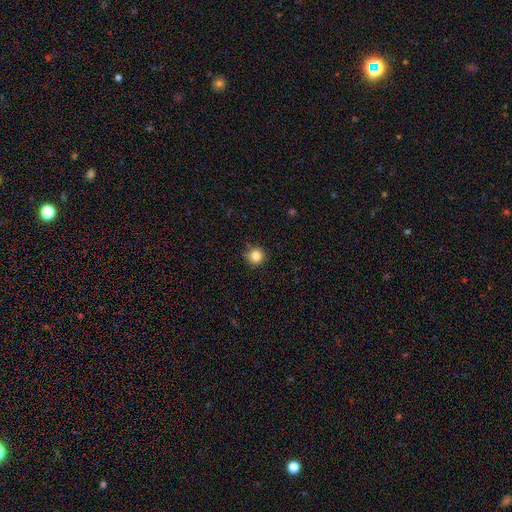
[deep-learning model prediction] smooth-or-featured: smooth: 84% | star or artifact: 11% | featured or disk: 5%
  how-rounded: round: 94% | in between: 5% | cigar-shaped: 1%
  merging: none: 83% | minor disturbance: 13% | major disturbance: 2% | merger: 2%